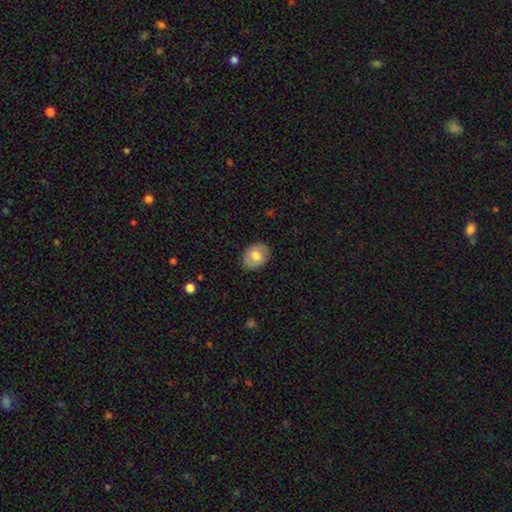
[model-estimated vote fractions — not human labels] smooth 76%, featured or disk 17%, star or artifact 7%. Down the decision tree: how rounded — in between (54%); merging — none (86%).